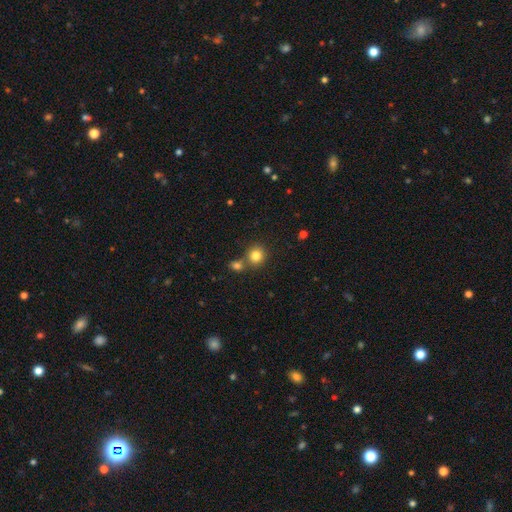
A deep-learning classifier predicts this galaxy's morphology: Smooth or featured? smooth (82%)
How rounded? round (87%)
Merging? none (65%)